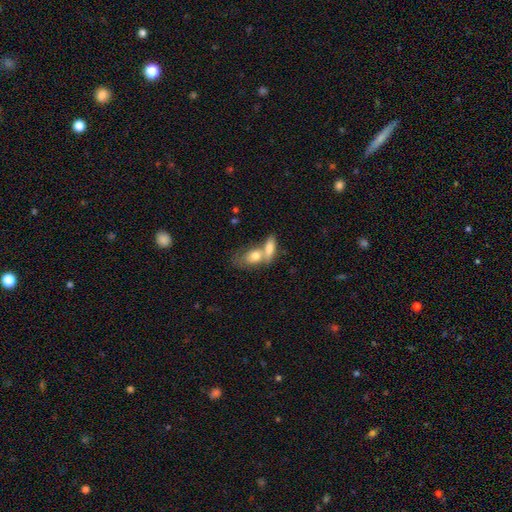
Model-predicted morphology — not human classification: smooth-or-featured: smooth: 69% | featured or disk: 23% | star or artifact: 8%
  how-rounded: in between: 76% | round: 13% | cigar-shaped: 11%
  merging: merger: 66% | none: 22% | minor disturbance: 8% | major disturbance: 5%